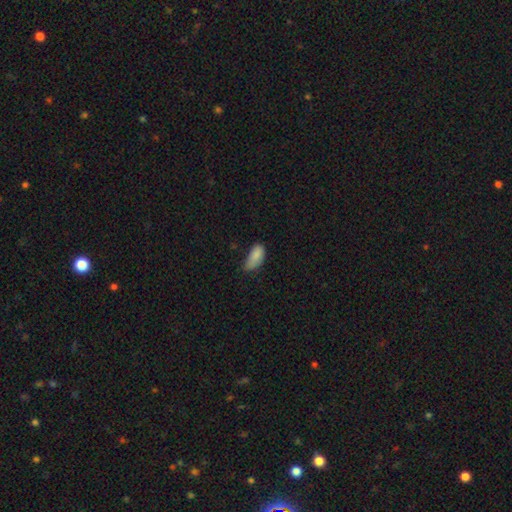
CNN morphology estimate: Smooth or featured? Predicted: smooth (p=0.85). How rounded? Predicted: in between (p=0.90). Merging? Predicted: minor disturbance (p=0.46).